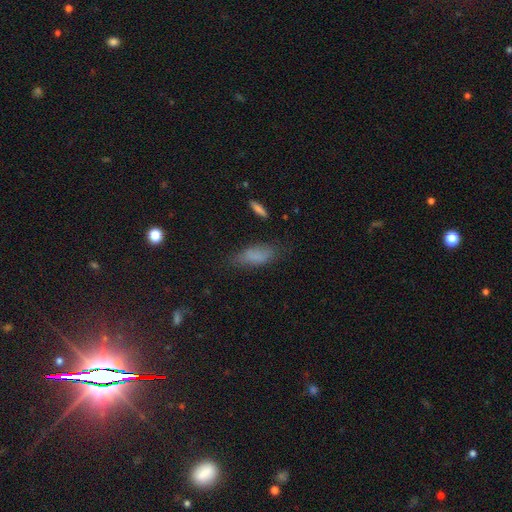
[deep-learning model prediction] This is likely a smooth galaxy (79%). How rounded: likely in between (67%). Merging: likely none (67%).